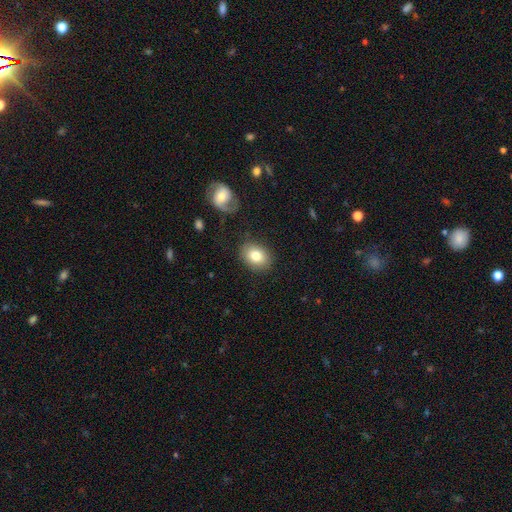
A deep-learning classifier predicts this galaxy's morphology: Q: Smooth or featured?
A: smooth (79%); runner-up: featured or disk (13%)
Q: How rounded?
A: in between (60%); runner-up: round (39%)
Q: Merging?
A: none (83%); runner-up: minor disturbance (11%)